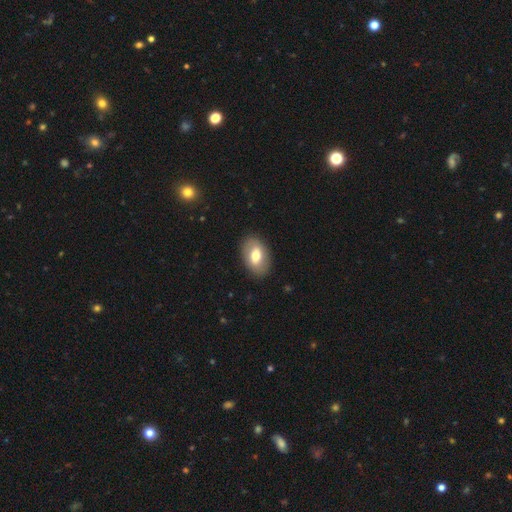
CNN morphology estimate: smooth 66%, featured or disk 27%, star or artifact 7%. Down the decision tree: how rounded — in between (88%); merging — none (87%).